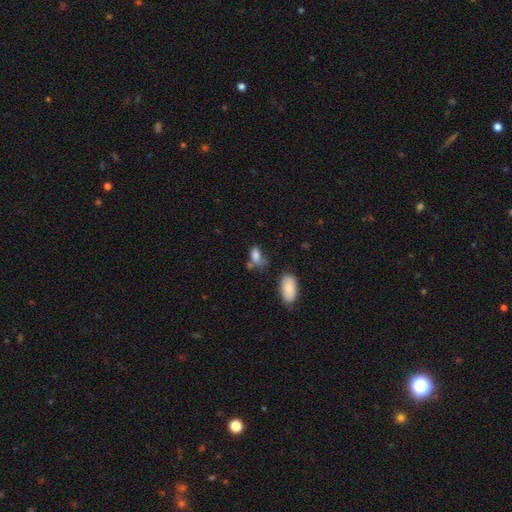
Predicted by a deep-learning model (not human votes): Smooth or featured? smooth (78%)
How rounded? in between (86%)
Merging? none (38%)